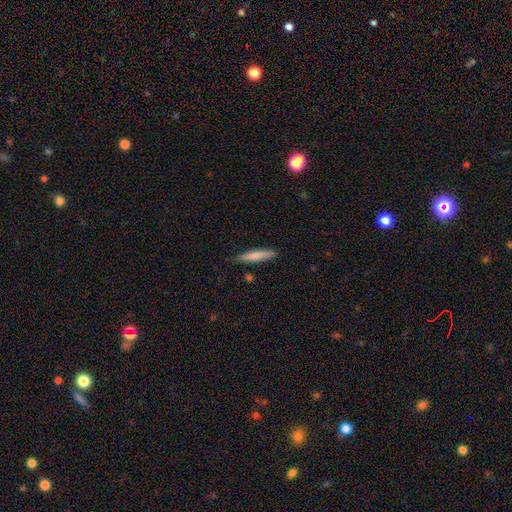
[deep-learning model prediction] Morphology: type=smooth (77%); roundness=cigar-shaped (91%); merging=none (85%).